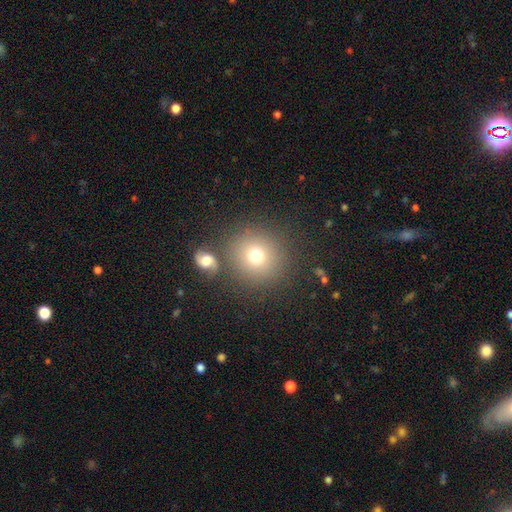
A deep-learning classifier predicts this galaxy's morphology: A smooth galaxy with no disk features (75%) that is round (88%). Merging: none (79%).